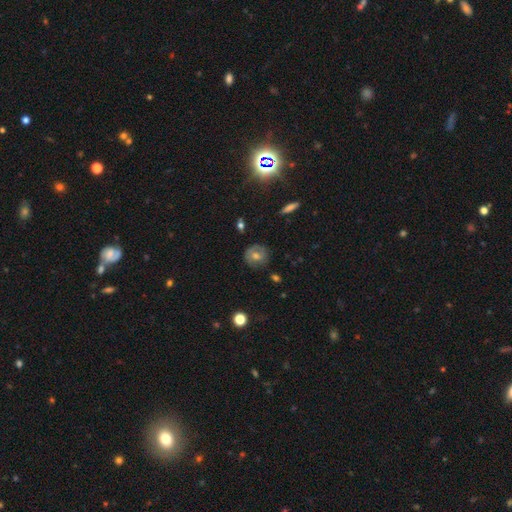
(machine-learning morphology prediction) This is possibly a smooth galaxy (45%). Merging: likely none (79%).